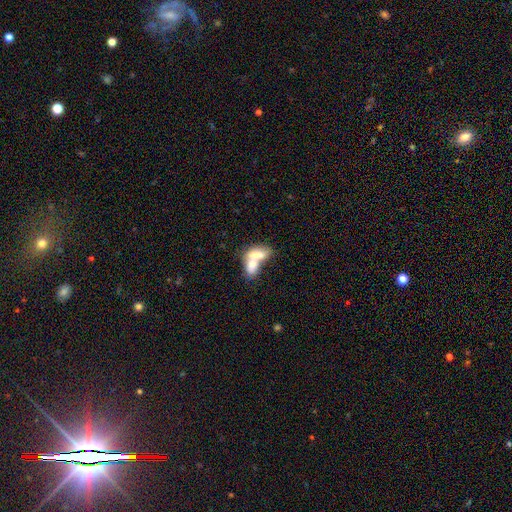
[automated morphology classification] A smooth galaxy with no disk features (67%) that is in between round and cigar-shaped (83%). Merging: merger (77%).